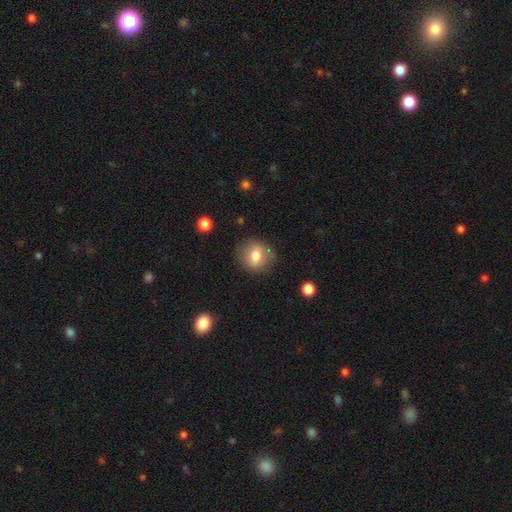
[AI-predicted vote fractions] This is likely a smooth galaxy (71%). How rounded: likely round (74%). Merging: clearly none (80%).